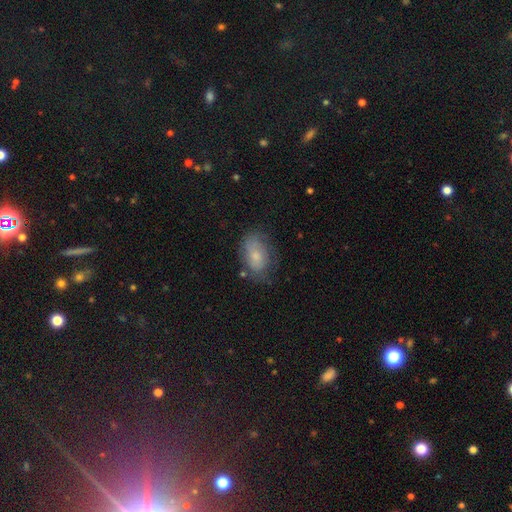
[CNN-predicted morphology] Smooth or featured? smooth (62%)
How rounded? in between (87%)
Merging? none (59%)